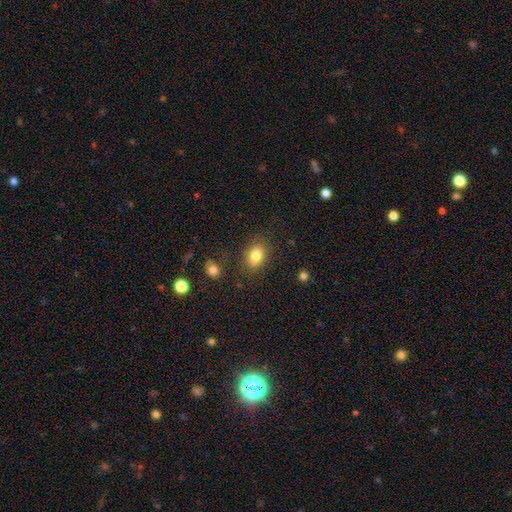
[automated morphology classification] smooth-or-featured: smooth: 82% | star or artifact: 10% | featured or disk: 9%
  how-rounded: in between: 72% | round: 26% | cigar-shaped: 1%
  merging: none: 80% | minor disturbance: 13% | major disturbance: 4% | merger: 3%